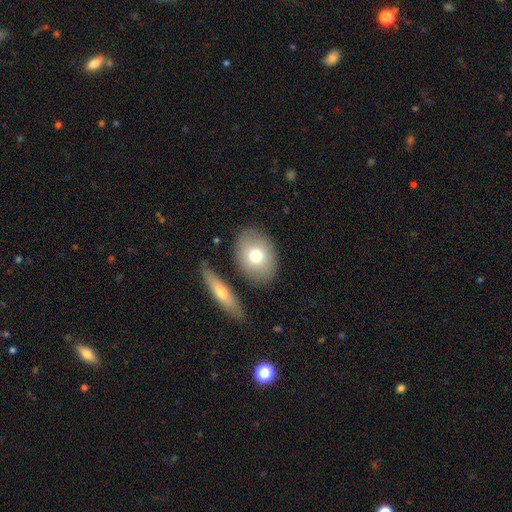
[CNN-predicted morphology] The model was most divided on "how rounded": in between: 66%, round: 32%, cigar-shaped: 2%. More confident: merging — none (77%); smooth or featured — smooth (72%).